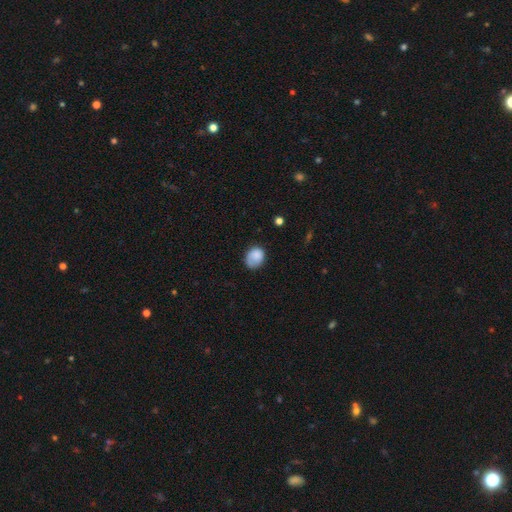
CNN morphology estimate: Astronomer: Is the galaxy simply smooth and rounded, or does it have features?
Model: smooth — 82%.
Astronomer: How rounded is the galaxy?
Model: round — 52% (runner-up: in between, 47%).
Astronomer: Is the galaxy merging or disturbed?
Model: none — 60%.